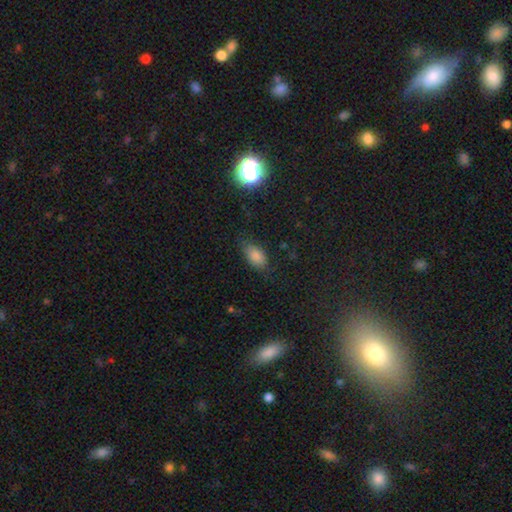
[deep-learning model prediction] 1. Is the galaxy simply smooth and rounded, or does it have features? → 78% smooth, 14% star or artifact, 8% featured or disk.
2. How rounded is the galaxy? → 89% in between, 7% round, 4% cigar-shaped.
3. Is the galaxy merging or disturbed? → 74% none, 20% minor disturbance, 5% major disturbance, 1% merger.